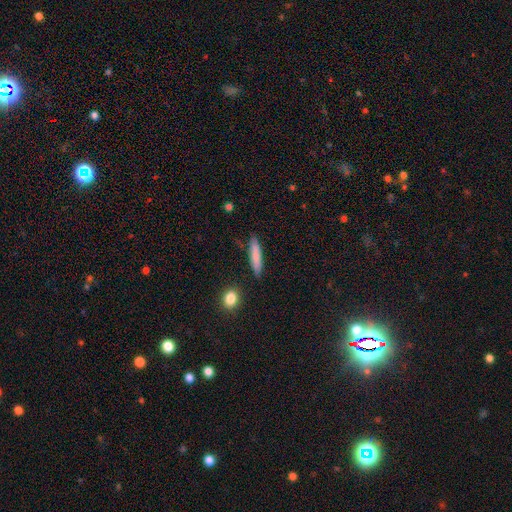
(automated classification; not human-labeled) smooth_or_featured: smooth (p=0.78) [alt: featured or disk p=0.15]
how_rounded: cigar-shaped (p=0.88) [alt: in between p=0.10]
merging: none (p=0.85) [alt: minor disturbance p=0.10]